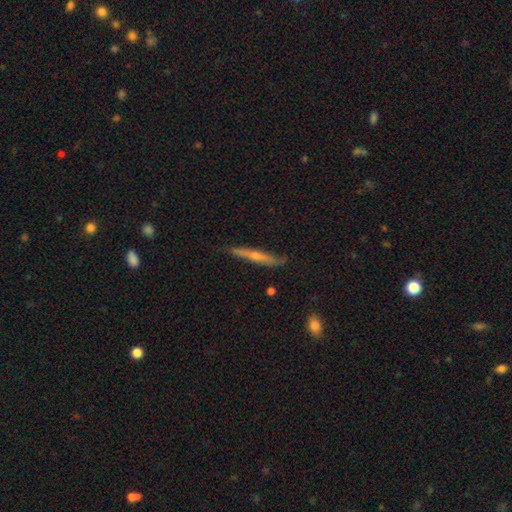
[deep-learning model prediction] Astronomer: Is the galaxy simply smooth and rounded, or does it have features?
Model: featured or disk — 60%.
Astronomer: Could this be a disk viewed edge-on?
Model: yes — 92%.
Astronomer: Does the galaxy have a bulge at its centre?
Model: rounded — 69%.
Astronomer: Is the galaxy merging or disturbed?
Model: none — 77%.